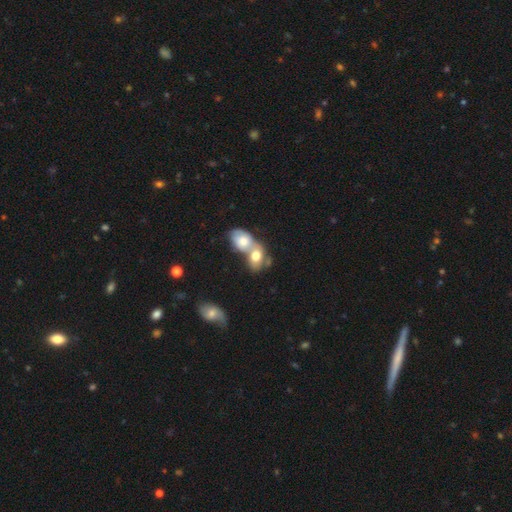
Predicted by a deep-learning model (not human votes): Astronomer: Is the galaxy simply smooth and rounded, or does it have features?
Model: smooth — 69%.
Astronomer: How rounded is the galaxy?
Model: in between — 74%.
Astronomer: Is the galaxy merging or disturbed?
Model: merger — 74%.